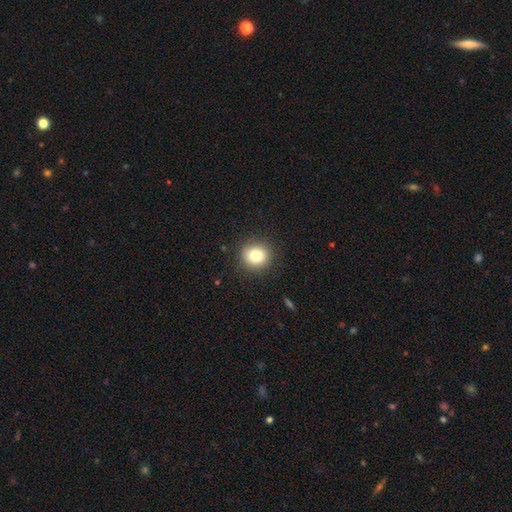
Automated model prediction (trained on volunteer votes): Q: Smooth or featured?
A: smooth (81%); runner-up: star or artifact (11%)
Q: How rounded?
A: round (88%); runner-up: in between (11%)
Q: Merging?
A: none (90%); runner-up: minor disturbance (7%)